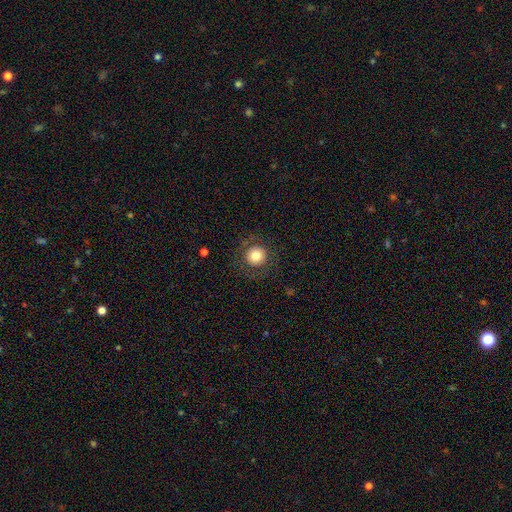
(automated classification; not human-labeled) Smooth or featured? Predicted: smooth (p=0.76). How rounded? Predicted: round (p=0.95). Merging? Predicted: none (p=0.85).